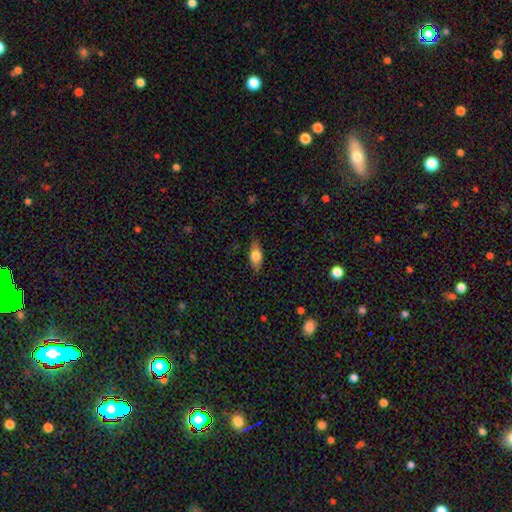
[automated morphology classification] A smooth galaxy with no disk features (67%) that is in between round and cigar-shaped (78%).

Vote fractions:
- Smooth or featured? smooth: 67% / featured or disk: 26% / star or artifact: 7%
- How rounded? in between: 78% / cigar-shaped: 16% / round: 6%
- Merging? none: 84% / minor disturbance: 13% / major disturbance: 3% / merger: 1%